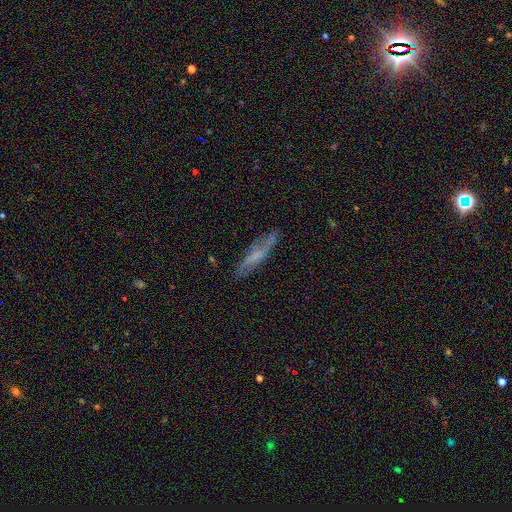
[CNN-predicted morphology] Smooth or featured: featured or disk — 51% (smooth — 40%)
Edge-on disk: yes — 51% (no — 49%)
Merging: none — 74% (minor disturbance — 19%)